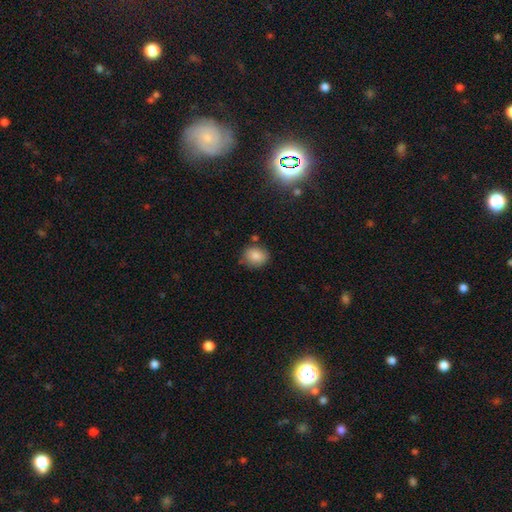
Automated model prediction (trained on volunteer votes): A smooth galaxy with no disk features (84%) that is round (61%). Merging: none (77%).